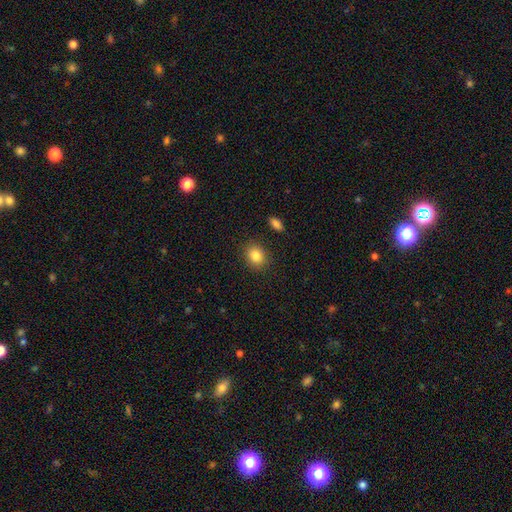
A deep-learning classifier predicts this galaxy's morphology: Smooth or featured? Predicted: smooth (p=0.84). How rounded? Predicted: round (p=0.62). Merging? Predicted: none (p=0.88).